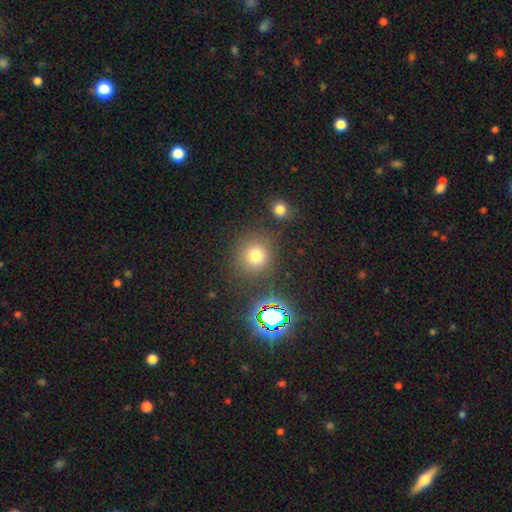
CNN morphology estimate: smooth 73%, star or artifact 20%, featured or disk 8%. Down the decision tree: how rounded — round (89%); merging — none (82%).